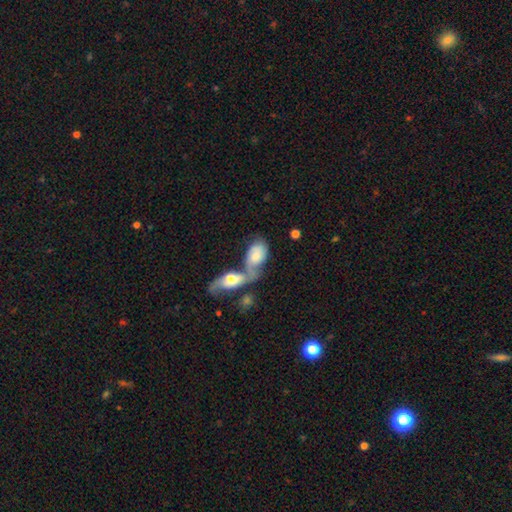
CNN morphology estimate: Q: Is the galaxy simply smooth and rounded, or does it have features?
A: smooth — 58%.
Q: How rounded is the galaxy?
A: in between — 90%.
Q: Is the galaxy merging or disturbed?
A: merger — 60%.